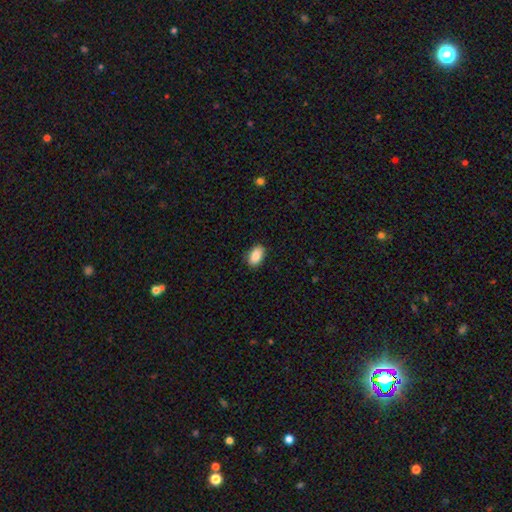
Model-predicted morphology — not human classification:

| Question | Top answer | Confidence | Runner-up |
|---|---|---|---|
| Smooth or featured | smooth | 89% | star or artifact (7%) |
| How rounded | in between | 92% | round (6%) |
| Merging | none | 87% | minor disturbance (10%) |